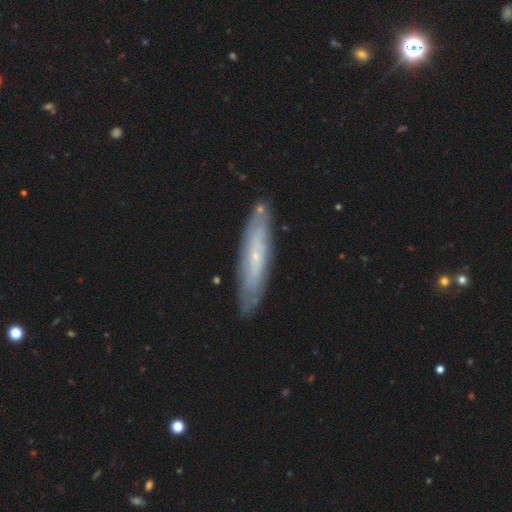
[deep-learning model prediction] A featured or disk galaxy (64%). Merging: none (83%).